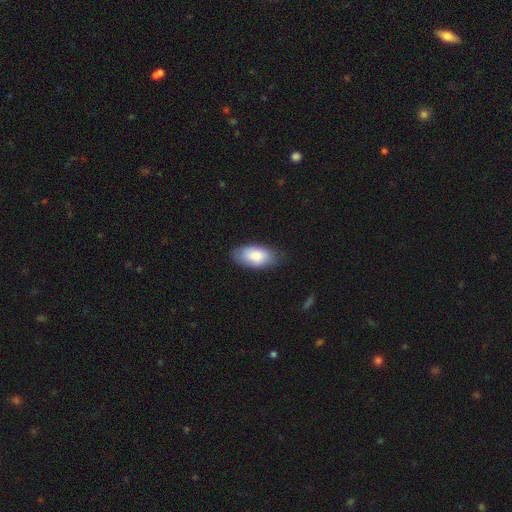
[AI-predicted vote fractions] Morphology: type=smooth (84%); roundness=in between (94%); merging=none (79%).